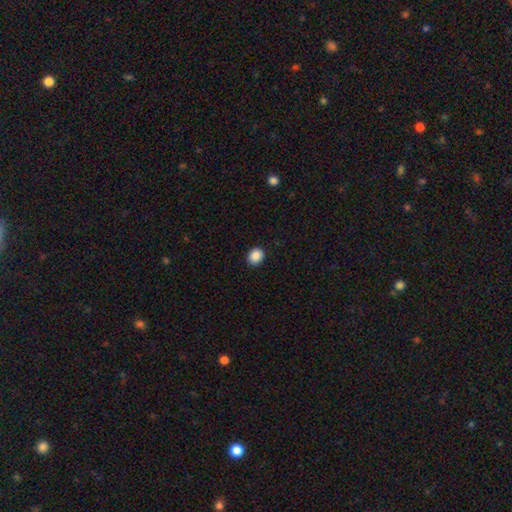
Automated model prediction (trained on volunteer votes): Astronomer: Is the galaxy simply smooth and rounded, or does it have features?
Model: smooth — 89%.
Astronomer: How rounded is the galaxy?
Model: round — 68%.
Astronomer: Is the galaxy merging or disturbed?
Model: none — 91%.